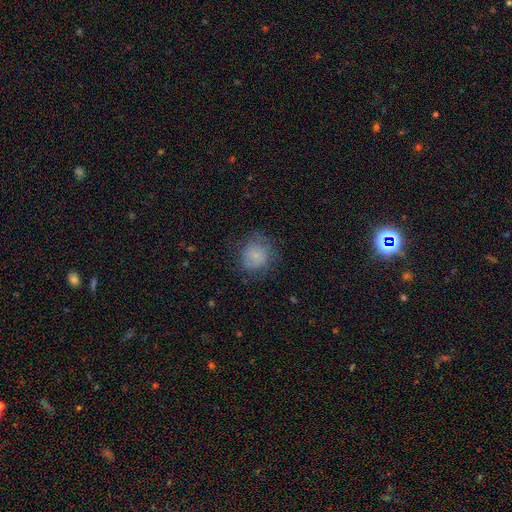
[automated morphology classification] Smooth or featured: smooth — 74% (featured or disk — 15%)
How rounded: round — 83% (in between — 16%)
Merging: none — 67% (minor disturbance — 21%)